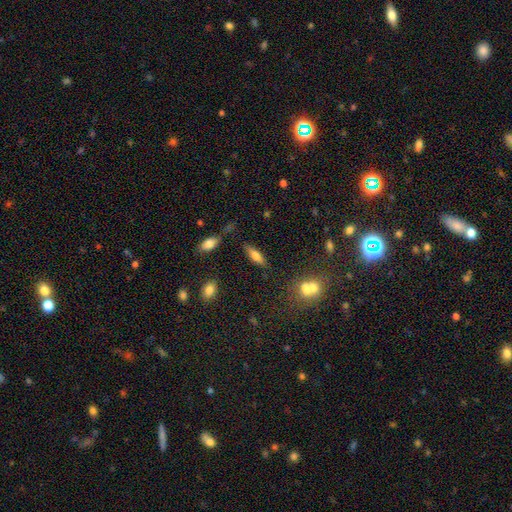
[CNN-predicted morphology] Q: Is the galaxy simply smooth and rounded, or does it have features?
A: smooth — 65%.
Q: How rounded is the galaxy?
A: in between — 49%, tied with cigar-shaped.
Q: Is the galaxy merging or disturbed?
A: none — 78%.